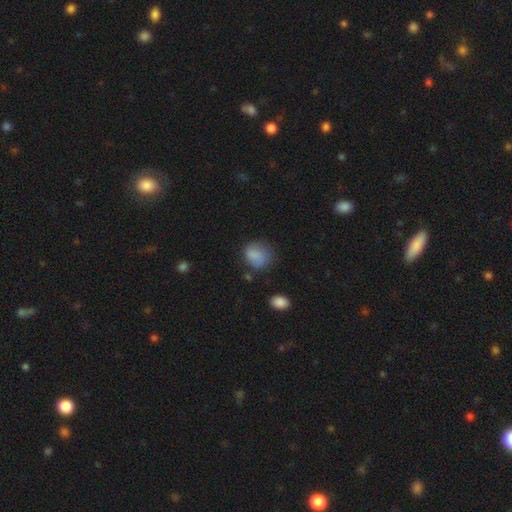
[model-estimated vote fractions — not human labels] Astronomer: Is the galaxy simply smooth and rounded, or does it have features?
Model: smooth — 83%.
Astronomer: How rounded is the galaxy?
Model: round — 61% (runner-up: in between, 38%).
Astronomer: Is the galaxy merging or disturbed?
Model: none — 62%.